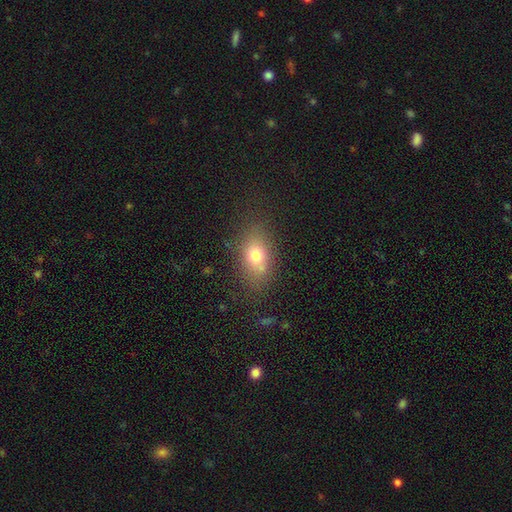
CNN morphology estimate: This appears to be a smooth galaxy with no disk features (73%) that is in between round and cigar-shaped (75%). Merging: none (73%).